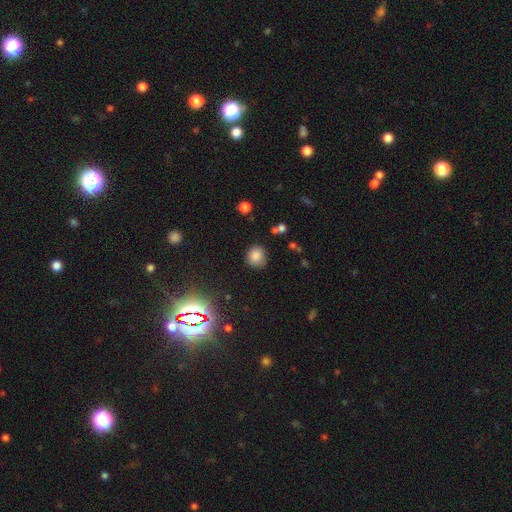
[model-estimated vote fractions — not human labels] This is clearly a smooth galaxy (81%). How rounded: clearly round (85%). Merging: clearly none (82%).